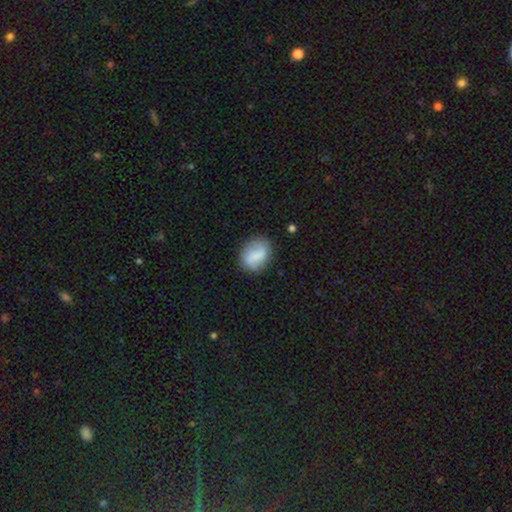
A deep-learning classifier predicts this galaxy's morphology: Overall: smooth (67%). How rounded: in between (56%; round 43%). Merging: none (74%).